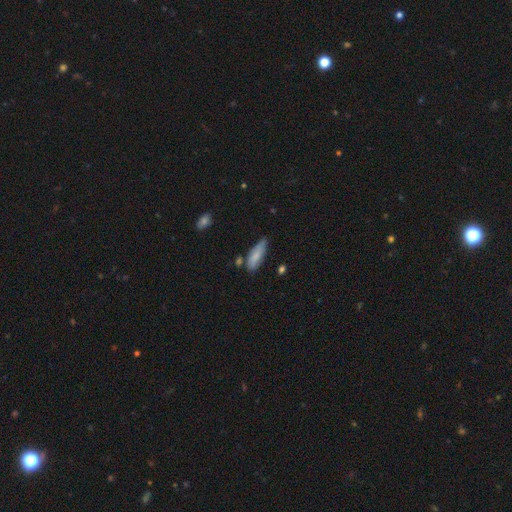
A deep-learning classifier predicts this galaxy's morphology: Smooth or featured? Predicted: smooth (p=0.78). How rounded? Predicted: in between (p=0.60). Merging? Predicted: none (p=0.55).